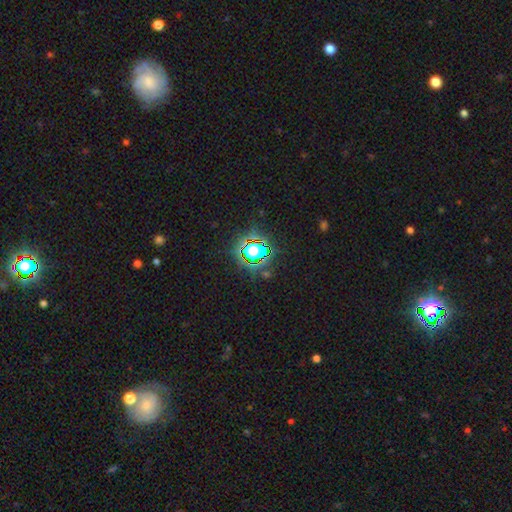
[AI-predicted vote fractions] A star or artifact, not a galaxy (76%).